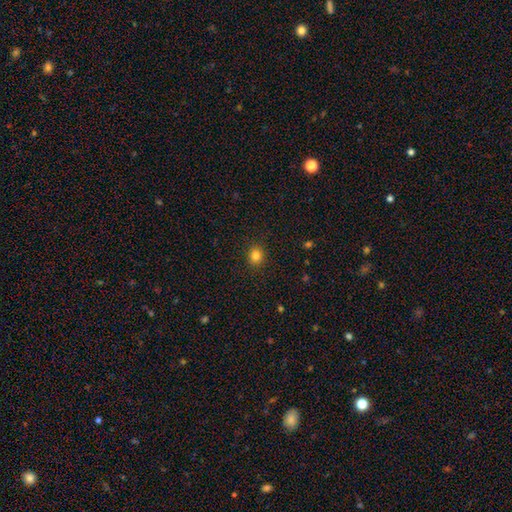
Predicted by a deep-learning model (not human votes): A smooth galaxy with no disk features (83%) that is round (77%). Merging: none (91%).